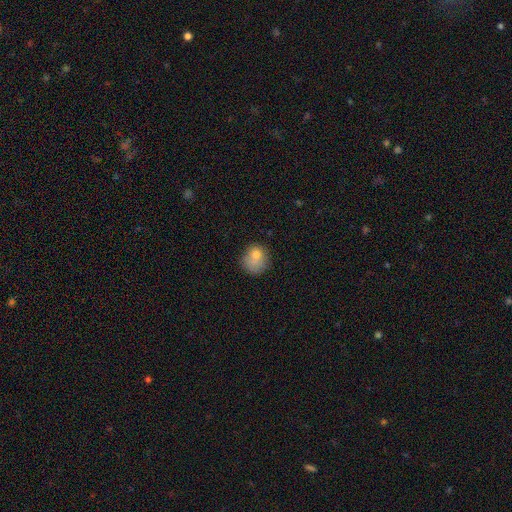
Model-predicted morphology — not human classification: smooth-or-featured: smooth: 75% | featured or disk: 13% | star or artifact: 12%
  how-rounded: round: 73% | in between: 26% | cigar-shaped: 1%
  merging: none: 54% | minor disturbance: 26% | major disturbance: 13% | merger: 7%